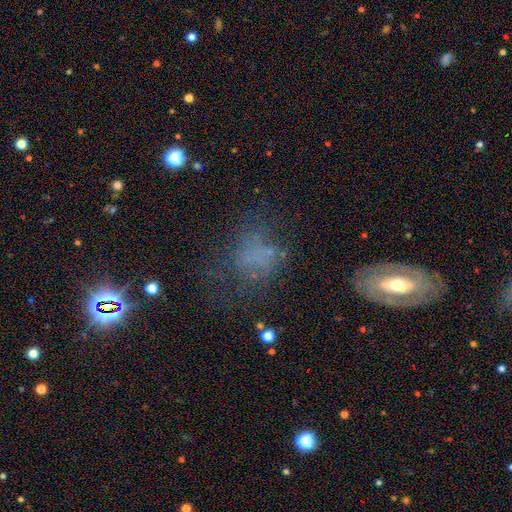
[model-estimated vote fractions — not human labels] smooth 44%, featured or disk 32%, star or artifact 24%. Down the decision tree: merging — none (50%).